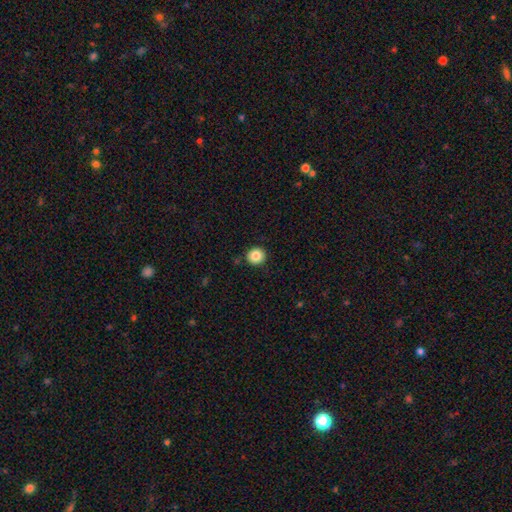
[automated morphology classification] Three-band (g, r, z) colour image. It shows a smooth galaxy with no disk features (86%) that is round (93%). Merging: none (90%).